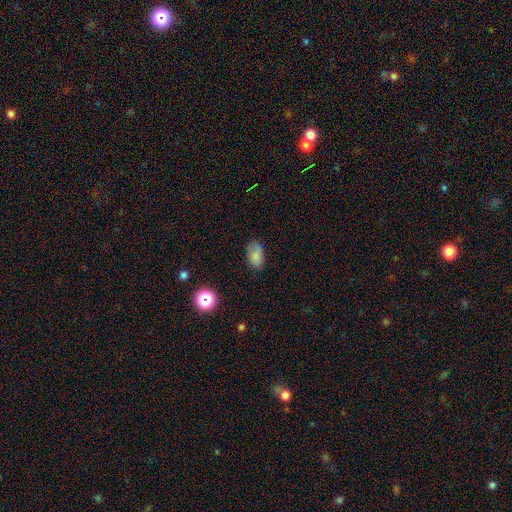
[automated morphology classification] smooth_or_featured: smooth (p=0.81) [alt: star or artifact p=0.11]
how_rounded: in between (p=0.90) [alt: round p=0.09]
merging: none (p=0.76) [alt: minor disturbance p=0.18]